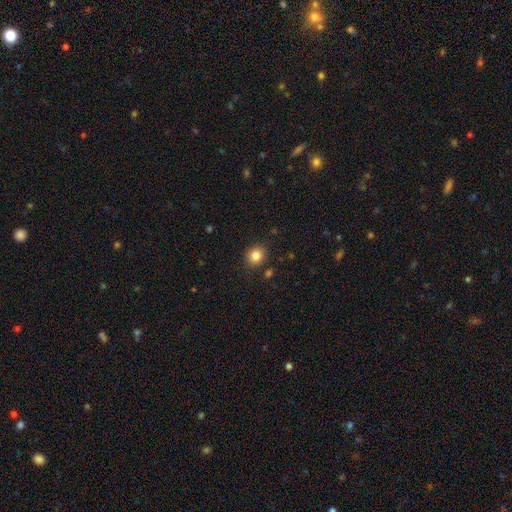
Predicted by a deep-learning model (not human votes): Morphology: type=smooth (83%); roundness=round (70%); merging=none (88%).